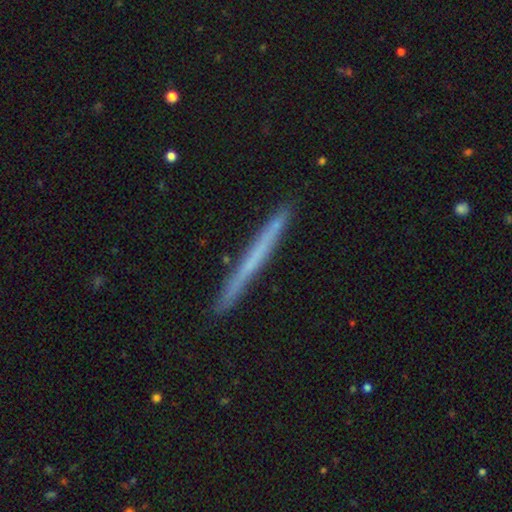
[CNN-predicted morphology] The model was most divided on "smooth or featured": smooth: 48%, featured or disk: 46%, star or artifact: 6%. More confident: merging — none (91%).